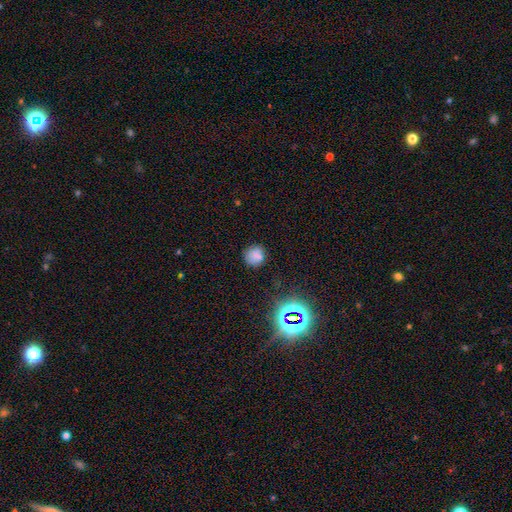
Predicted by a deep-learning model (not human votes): Smooth or featured?
  - smooth: 75% *
  - star or artifact: 18%
  - featured or disk: 7%
How rounded?
  - round: 86% *
  - in between: 13%
  - cigar-shaped: 1%
Merging?
  - none: 78% *
  - minor disturbance: 14%
  - merger: 4%
  - major disturbance: 4%